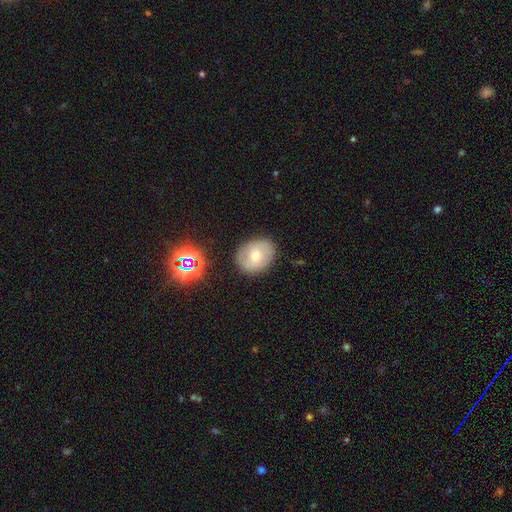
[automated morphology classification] Smooth or featured: smooth — 51% (featured or disk — 38%)
How rounded: round — 54% (in between — 45%)
Merging: none — 83% (minor disturbance — 12%)